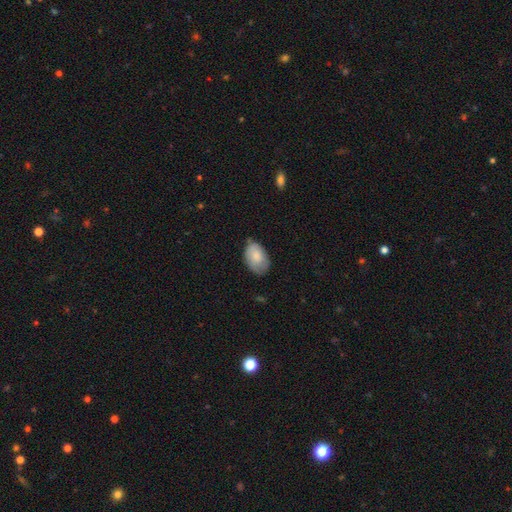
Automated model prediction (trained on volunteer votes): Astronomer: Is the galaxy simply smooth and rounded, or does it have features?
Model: smooth — 76%.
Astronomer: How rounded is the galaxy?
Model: in between — 90%.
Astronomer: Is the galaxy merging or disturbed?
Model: none — 60%.